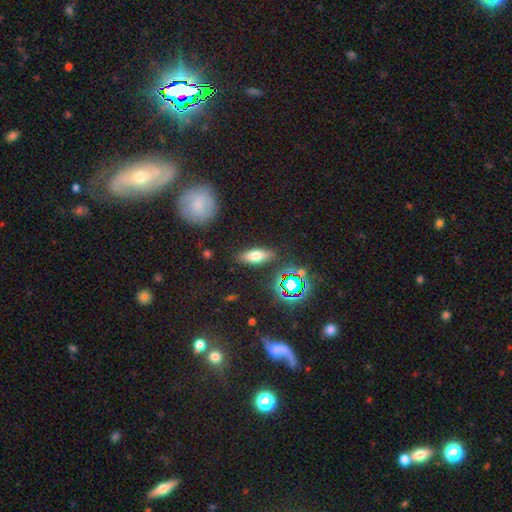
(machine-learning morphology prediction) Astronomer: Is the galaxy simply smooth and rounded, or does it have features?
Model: smooth — 64%.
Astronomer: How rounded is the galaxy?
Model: in between — 67%.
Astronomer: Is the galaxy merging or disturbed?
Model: none — 85%.